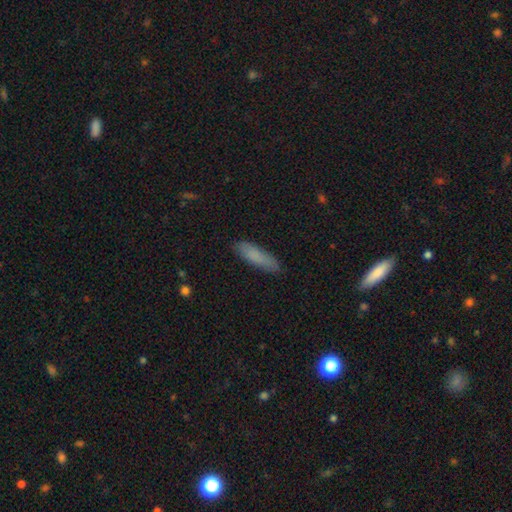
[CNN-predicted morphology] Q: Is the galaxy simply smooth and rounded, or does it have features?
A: smooth — 83%.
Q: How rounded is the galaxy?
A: cigar-shaped — 66%.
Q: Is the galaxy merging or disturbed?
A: none — 83%.